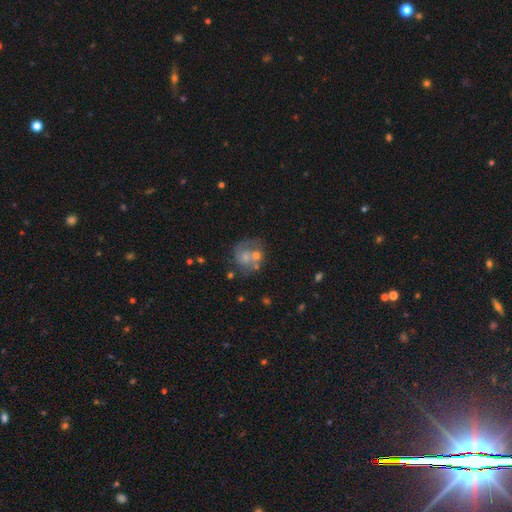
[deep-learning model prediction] Smooth or featured?
  - featured or disk: 48% *
  - star or artifact: 27%
  - smooth: 25%
Merging?
  - none: 63% *
  - minor disturbance: 14%
  - merger: 13%
  - major disturbance: 10%